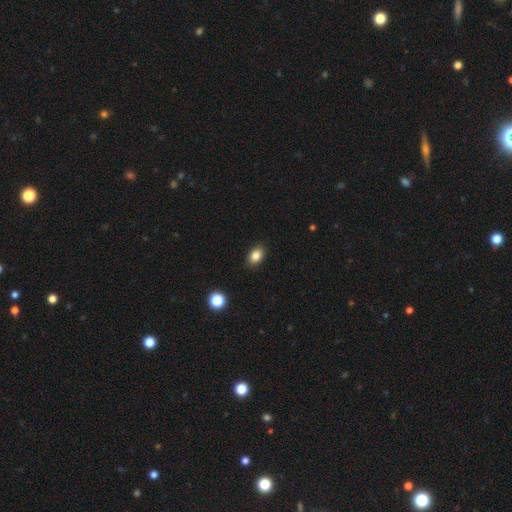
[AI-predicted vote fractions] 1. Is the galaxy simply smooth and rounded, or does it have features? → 84% smooth, 10% star or artifact, 6% featured or disk.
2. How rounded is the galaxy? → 79% in between, 20% round, 1% cigar-shaped.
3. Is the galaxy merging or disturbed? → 88% none, 9% minor disturbance, 2% major disturbance, 1% merger.